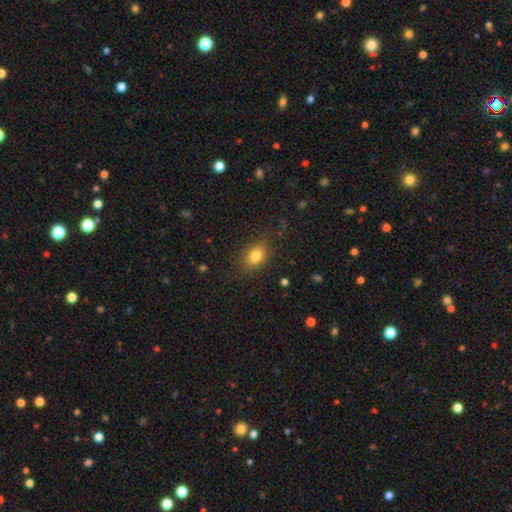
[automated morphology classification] The model was most divided on "how rounded": in between: 74%, round: 24%, cigar-shaped: 2%. More confident: smooth or featured — smooth (82%); merging — none (81%).